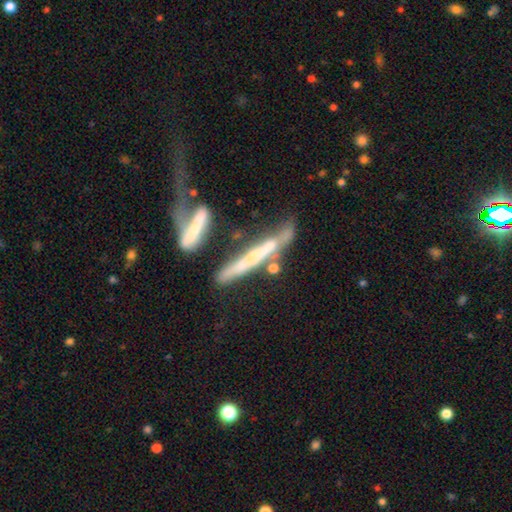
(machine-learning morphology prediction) Smooth or featured: featured or disk — 65% (smooth — 27%)
Edge-on disk: yes — 81% (no — 19%)
Edge-on bulge: none — 60% (rounded — 27%)
Merging: merger — 34% (tied with none — 34%)